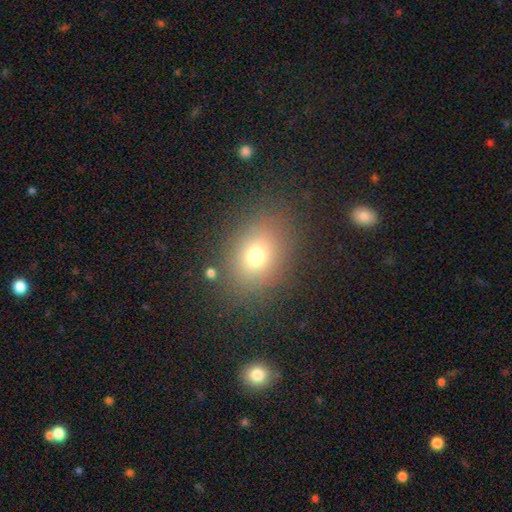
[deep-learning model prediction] Smooth or featured: smooth — 72% (star or artifact — 17%)
How rounded: in between — 56% (round — 43%)
Merging: none — 83% (minor disturbance — 10%)